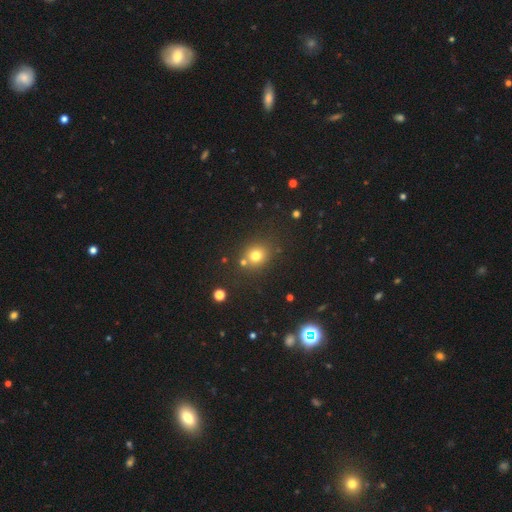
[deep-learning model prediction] Morphology: type=smooth (74%); roundness=round (80%); merging=none (75%).